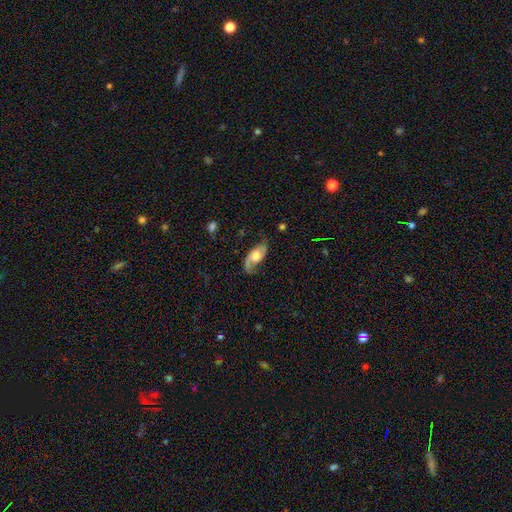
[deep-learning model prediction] Smooth or featured? Predicted: featured or disk (p=0.72). Edge-on disk? Predicted: no (p=0.93). Bar? Predicted: no (p=0.64). Spiral arms? Predicted: yes (p=0.92). Spiral winding? Predicted: loose (p=0.47). Spiral arm count? Predicted: 2 (p=0.75). Bulge size? Predicted: moderate (p=0.46). Merging? Predicted: none (p=0.62).